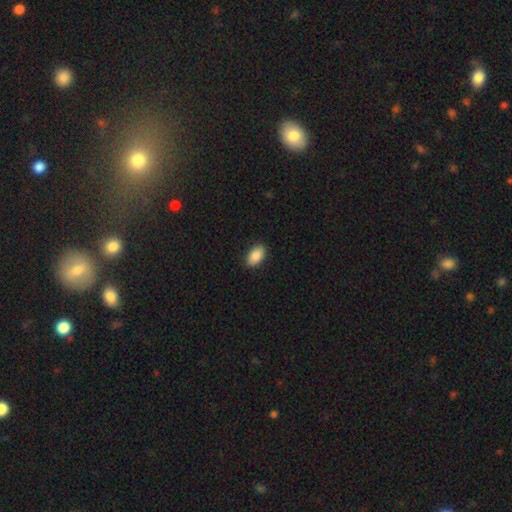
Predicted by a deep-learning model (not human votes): Smooth or featured? Predicted: smooth (p=0.88). How rounded? Predicted: in between (p=0.93). Merging? Predicted: none (p=0.88).